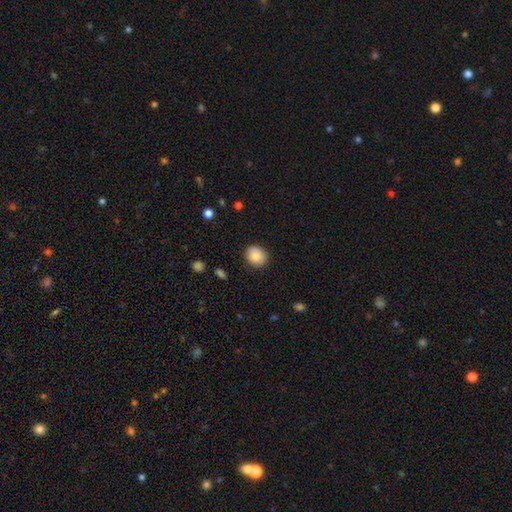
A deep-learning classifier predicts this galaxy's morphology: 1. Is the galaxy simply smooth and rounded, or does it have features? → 86% smooth, 8% star or artifact, 6% featured or disk.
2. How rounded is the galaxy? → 65% round, 34% in between, 1% cigar-shaped.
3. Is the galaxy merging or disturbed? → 85% none, 11% minor disturbance, 3% major disturbance, 1% merger.